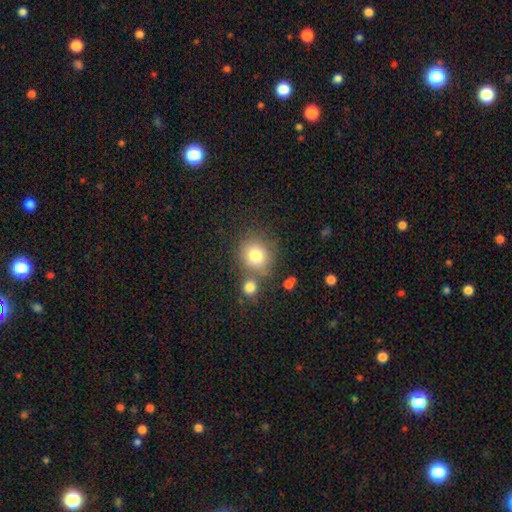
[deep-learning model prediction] smooth 80%, star or artifact 11%, featured or disk 10%. Down the decision tree: how rounded — round (85%); merging — none (66%).